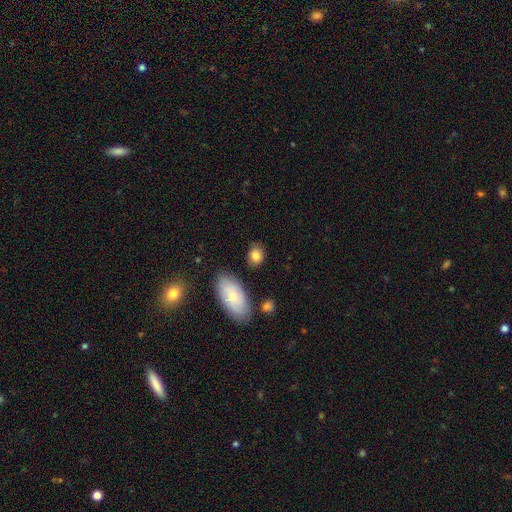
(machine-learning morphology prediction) The model was most divided on "how rounded": in between: 53%, round: 45%, cigar-shaped: 2%. More confident: smooth or featured — smooth (85%); merging — none (78%).